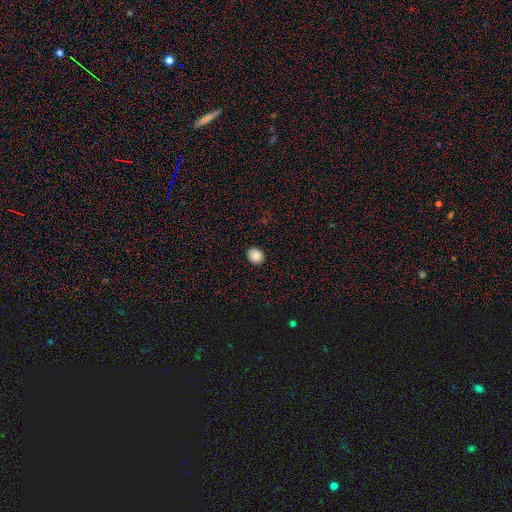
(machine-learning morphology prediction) A smooth galaxy with no disk features (87%) that is round (79%). Merging: none (89%).